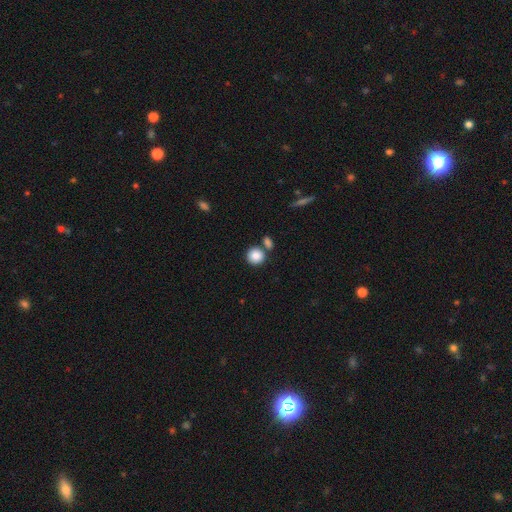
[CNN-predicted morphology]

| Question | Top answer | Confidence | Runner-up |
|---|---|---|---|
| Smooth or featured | smooth | 86% | star or artifact (8%) |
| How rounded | round | 90% | in between (9%) |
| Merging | none | 69% | merger (19%) |